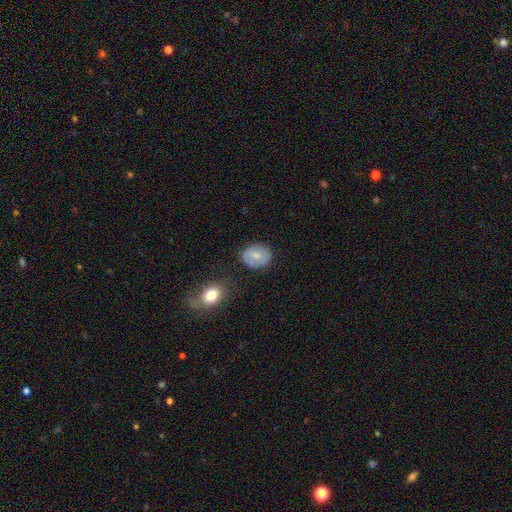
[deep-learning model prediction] Smooth or featured? Predicted: smooth (p=0.68). How rounded? Predicted: round (p=0.58). Merging? Predicted: none (p=0.74).